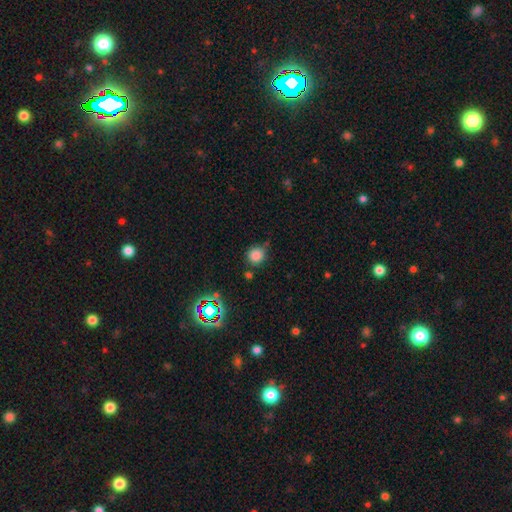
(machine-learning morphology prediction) smooth_or_featured: smooth (p=0.80) [alt: star or artifact p=0.15]
how_rounded: round (p=0.91) [alt: in between p=0.08]
merging: none (p=0.70) [alt: minor disturbance p=0.19]